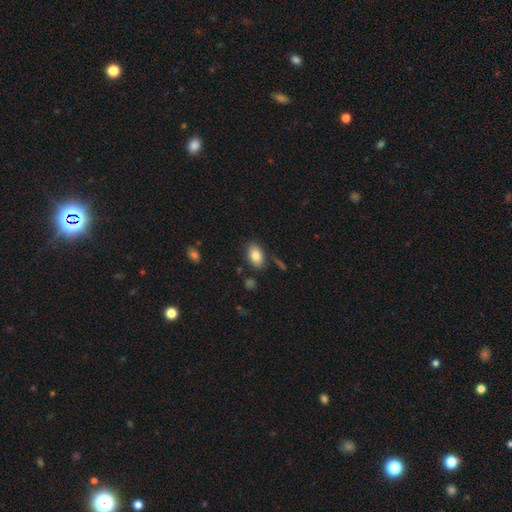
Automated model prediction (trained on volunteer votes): Q: Smooth or featured?
A: smooth (82%); runner-up: featured or disk (10%)
Q: How rounded?
A: in between (90%); runner-up: round (8%)
Q: Merging?
A: none (82%); runner-up: minor disturbance (12%)